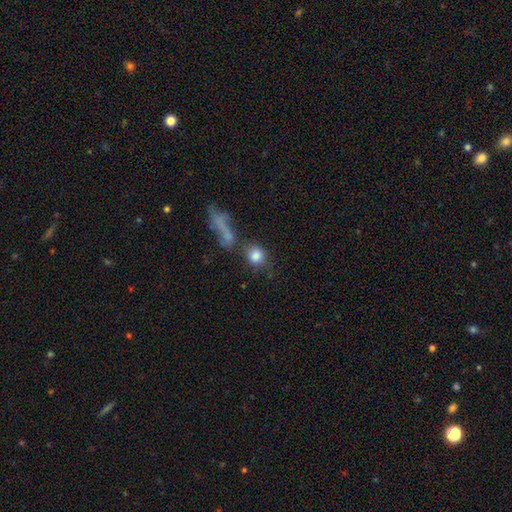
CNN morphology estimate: Overall: smooth (82%). How rounded: round (73%). Merging: none (53%; merger 26%).